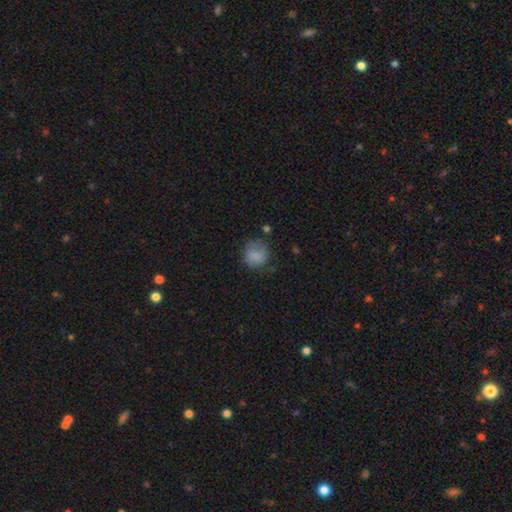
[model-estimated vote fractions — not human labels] Smooth or featured?
  - smooth: 79% *
  - featured or disk: 11%
  - star or artifact: 10%
How rounded?
  - round: 77% *
  - in between: 22%
  - cigar-shaped: 1%
Merging?
  - none: 63% *
  - minor disturbance: 24%
  - major disturbance: 10%
  - merger: 3%